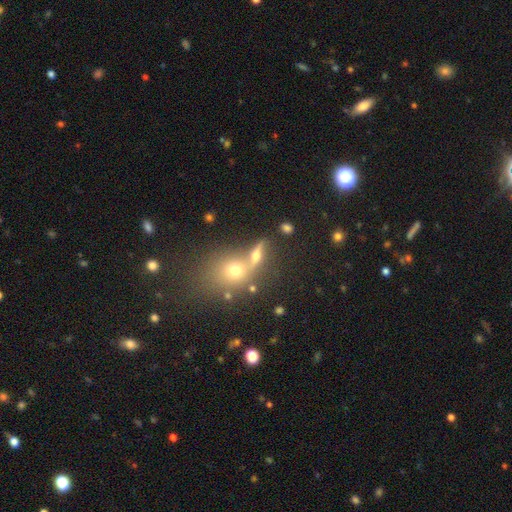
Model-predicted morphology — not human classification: Smooth or featured? smooth (52%)
How rounded? in between (47%)
Merging? merger (42%)